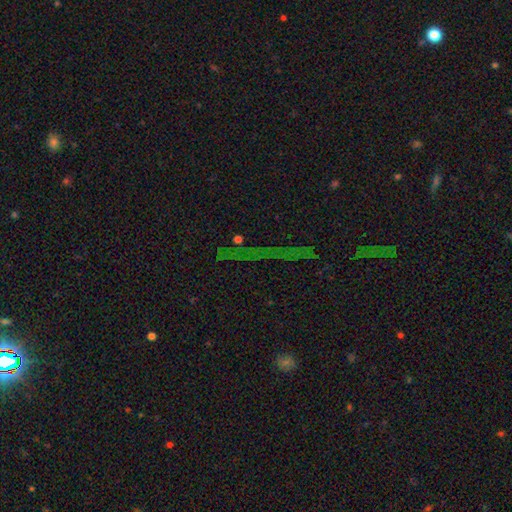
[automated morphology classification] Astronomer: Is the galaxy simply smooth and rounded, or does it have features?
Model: star or artifact — 77%.